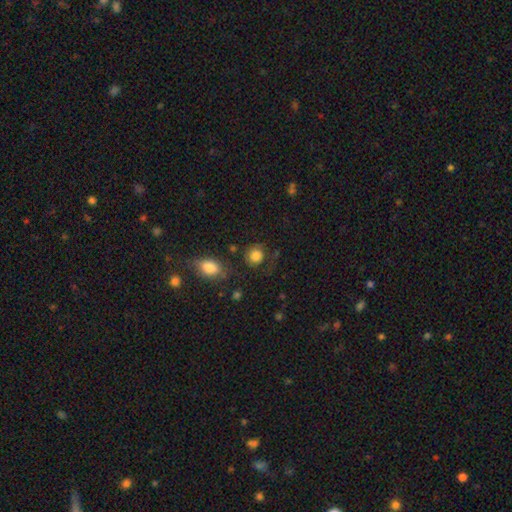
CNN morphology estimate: A smooth galaxy with no disk features (79%) that is round (79%). Merging: none (62%).